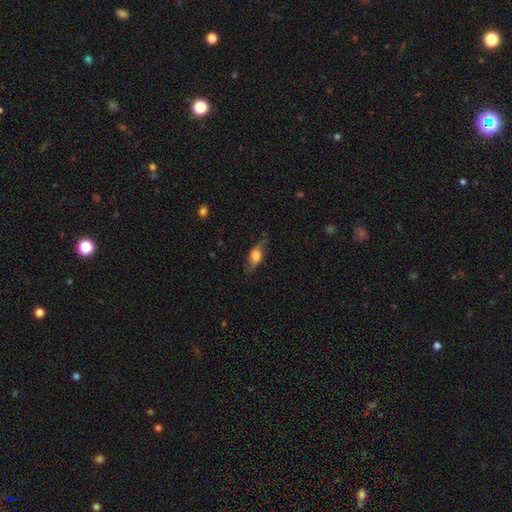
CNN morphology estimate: This is possibly a smooth galaxy (56%). How rounded: likely in between (71%). Merging: likely none (69%).